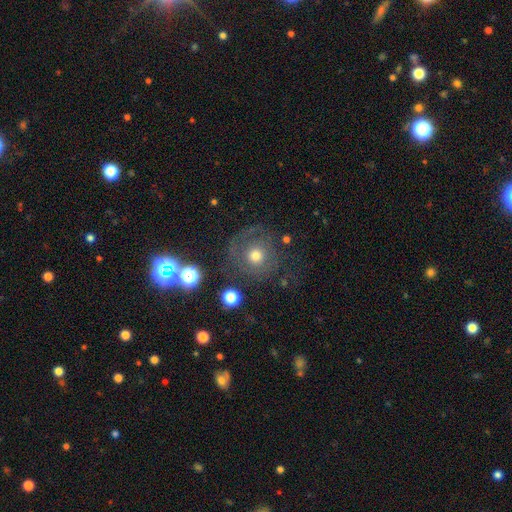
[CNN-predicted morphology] Smooth or featured? Predicted: smooth (p=0.47). Merging? Predicted: none (p=0.67).